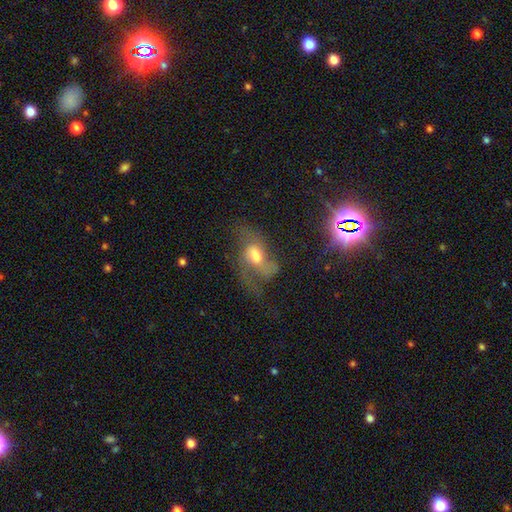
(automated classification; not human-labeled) Smooth or featured: featured or disk — 62% (smooth — 25%)
Edge-on disk: no — 94% (yes — 6%)
Bar: weak — 44% (tied with no — 44%)
Spiral arms: yes — 74% (no — 26%)
Bulge size: moderate — 59% (large — 18%)
Merging: major disturbance — 45% (none — 31%)